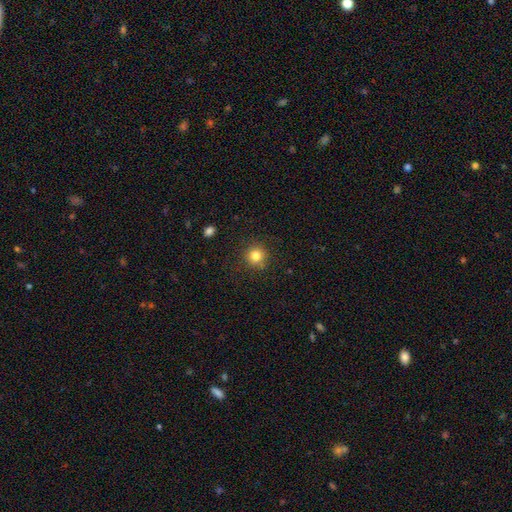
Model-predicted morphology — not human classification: The model was most divided on "smooth or featured": smooth: 82%, star or artifact: 12%, featured or disk: 6%. More confident: how rounded — round (93%); merging — none (86%).